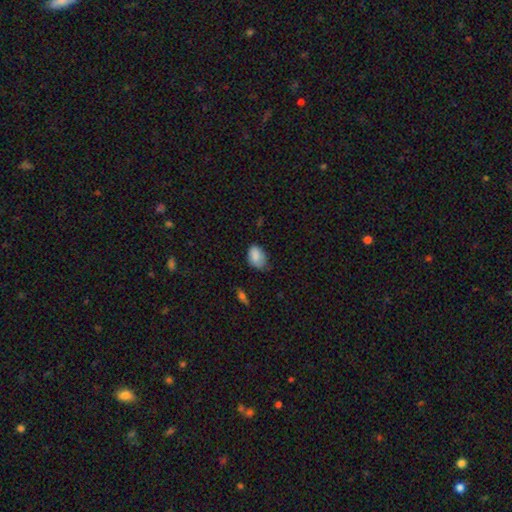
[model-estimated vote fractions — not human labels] Q: Smooth or featured?
A: smooth (85%); runner-up: star or artifact (8%)
Q: How rounded?
A: in between (86%); runner-up: round (12%)
Q: Merging?
A: none (60%); runner-up: minor disturbance (33%)